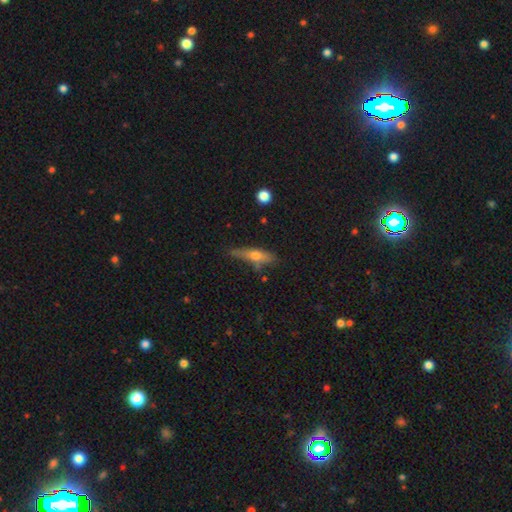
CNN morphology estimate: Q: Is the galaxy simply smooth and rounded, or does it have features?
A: smooth — 50%.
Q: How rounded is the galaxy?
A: cigar-shaped — 70%.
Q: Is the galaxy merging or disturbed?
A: none — 59%.